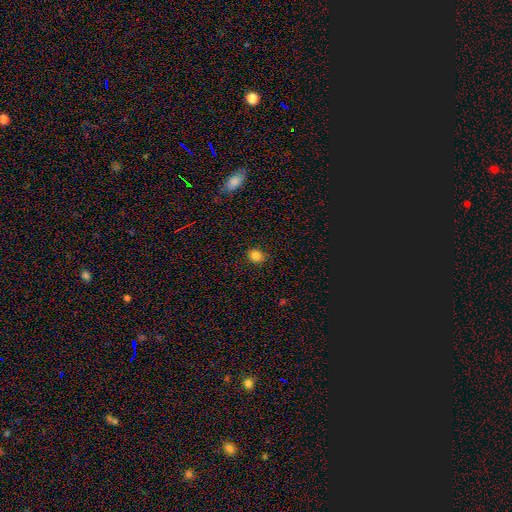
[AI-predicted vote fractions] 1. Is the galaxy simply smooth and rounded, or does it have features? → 84% smooth, 12% star or artifact, 4% featured or disk.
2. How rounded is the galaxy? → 65% round, 34% in between, 1% cigar-shaped.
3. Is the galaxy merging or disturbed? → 87% none, 9% minor disturbance, 3% major disturbance, 1% merger.